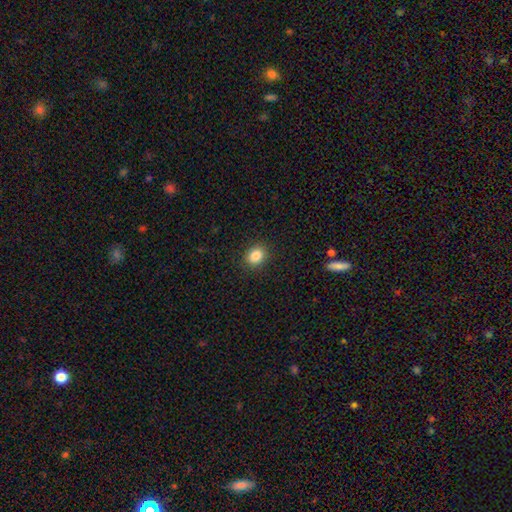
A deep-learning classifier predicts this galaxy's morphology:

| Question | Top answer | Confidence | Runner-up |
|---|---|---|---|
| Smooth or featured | smooth | 85% | star or artifact (10%) |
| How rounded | round | 57% | in between (42%) |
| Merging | none | 90% | minor disturbance (7%) |